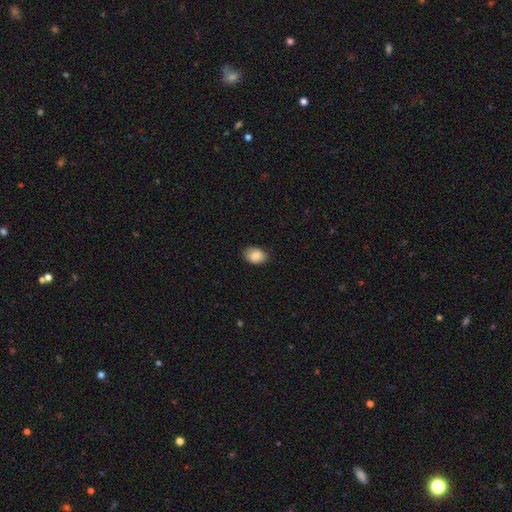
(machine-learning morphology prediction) smooth-or-featured: smooth: 88% | star or artifact: 7% | featured or disk: 5%
  how-rounded: in between: 73% | round: 26% | cigar-shaped: 1%
  merging: none: 81% | minor disturbance: 15% | major disturbance: 3% | merger: 1%